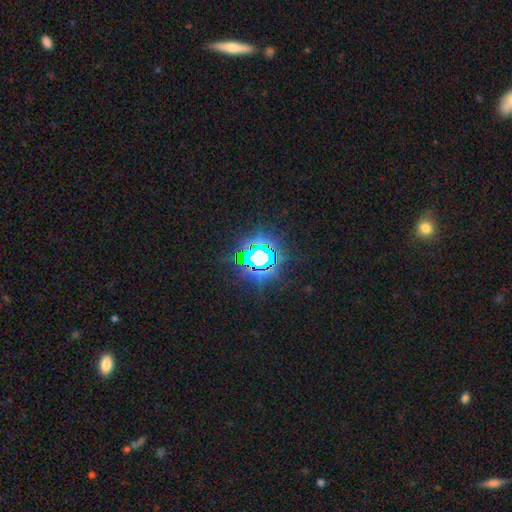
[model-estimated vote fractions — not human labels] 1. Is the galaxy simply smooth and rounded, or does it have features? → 81% star or artifact, 12% smooth, 7% featured or disk.